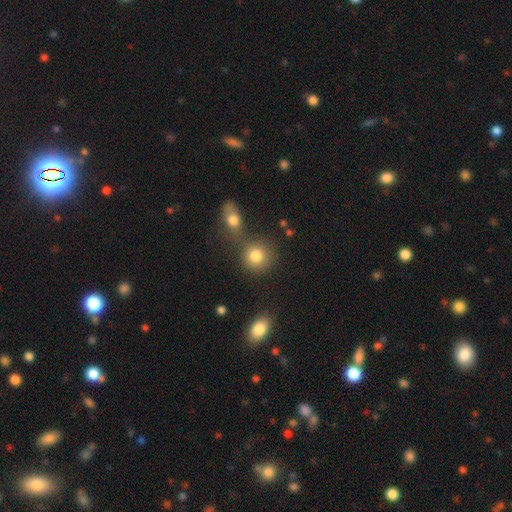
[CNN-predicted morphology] Smooth or featured? smooth (80%)
How rounded? round (84%)
Merging? none (52%)